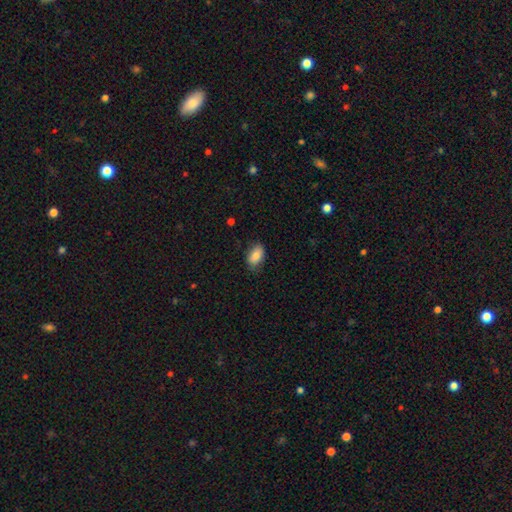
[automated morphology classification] type=smooth (83%); roundness=in between (91%); merging=none (80%).